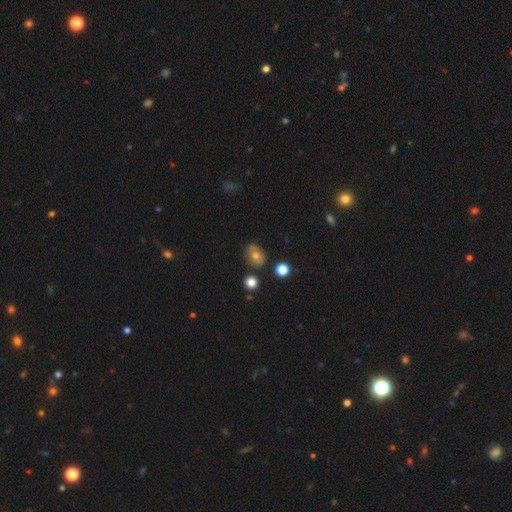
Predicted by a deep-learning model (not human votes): smooth 62%, featured or disk 21%, star or artifact 17%. Down the decision tree: how rounded — in between (52%); merging — none (72%).